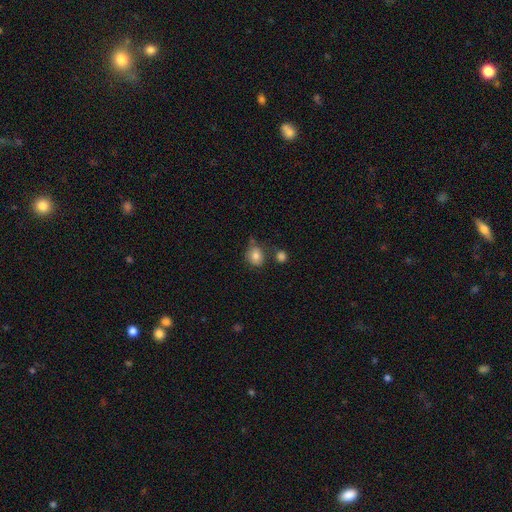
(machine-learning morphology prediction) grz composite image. It shows a smooth galaxy with no disk features (81%) that is round (66%). Merging: none (68%).